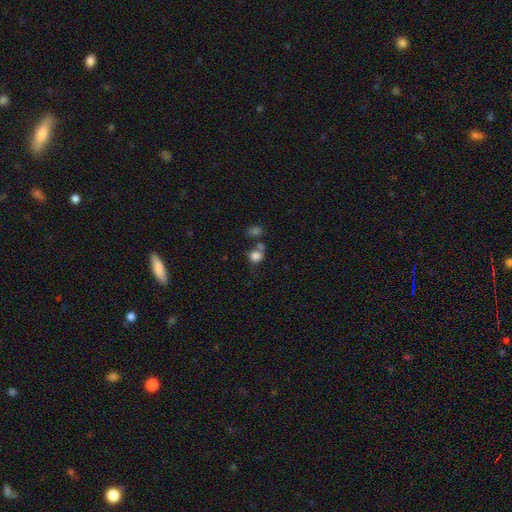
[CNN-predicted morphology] Smooth or featured?
  - smooth: 81% *
  - star or artifact: 11%
  - featured or disk: 8%
How rounded?
  - round: 73% *
  - in between: 26%
  - cigar-shaped: 1%
Merging?
  - none: 45% *
  - merger: 33%
  - minor disturbance: 14%
  - major disturbance: 8%